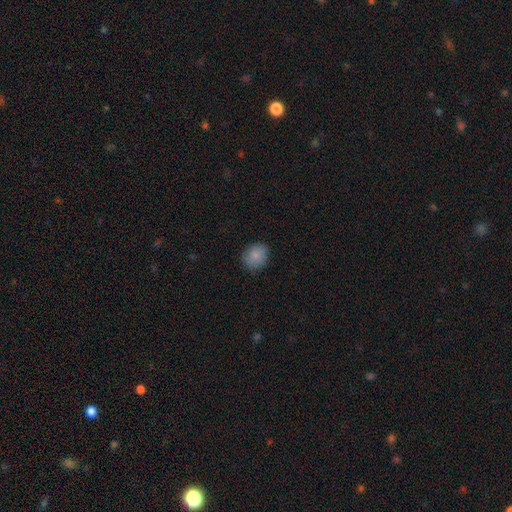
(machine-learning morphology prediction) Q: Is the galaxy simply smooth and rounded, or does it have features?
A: smooth — 85%.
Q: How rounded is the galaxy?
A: round — 63%.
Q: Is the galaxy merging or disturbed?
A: none — 81%.